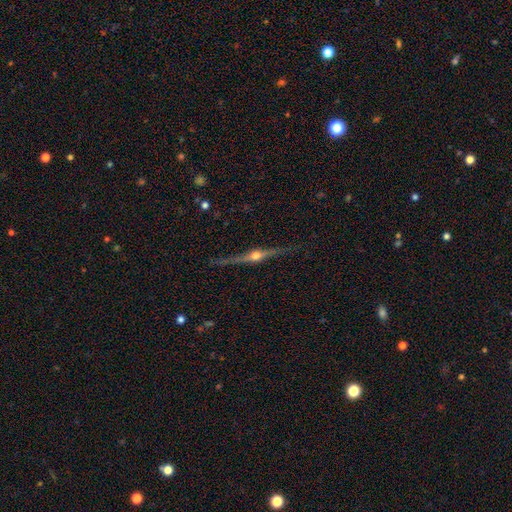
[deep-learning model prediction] Smooth or featured? featured or disk (85%)
Edge-on disk? yes (98%)
Edge-on bulge? rounded (96%)
Merging? none (87%)